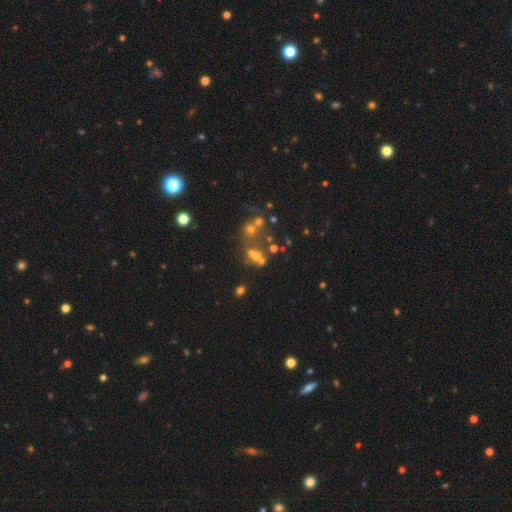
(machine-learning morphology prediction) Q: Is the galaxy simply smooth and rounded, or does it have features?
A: smooth — 39%.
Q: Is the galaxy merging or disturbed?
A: none — 42%.